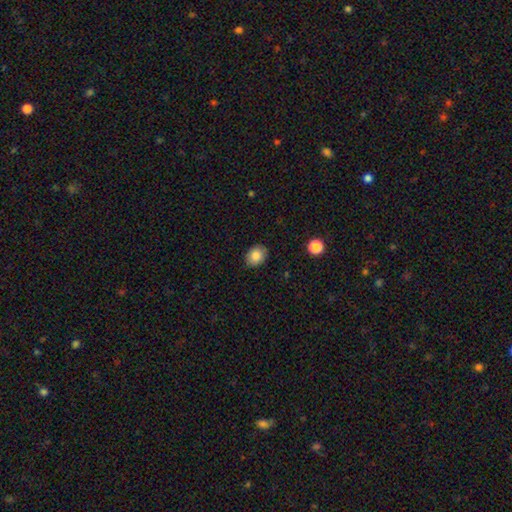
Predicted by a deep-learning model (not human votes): This appears to be a smooth galaxy with no disk features (85%) that is in between round and cigar-shaped (54%). Merging: none (85%).